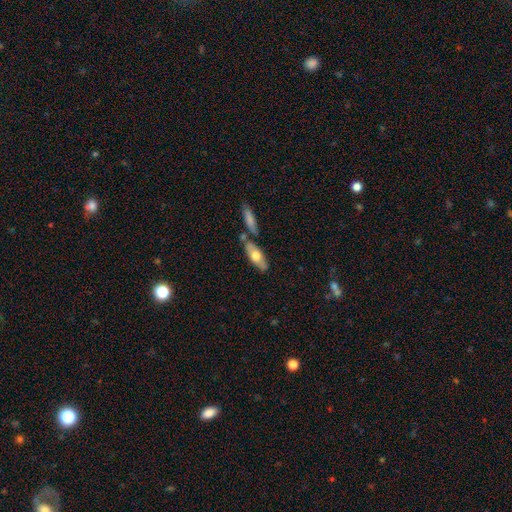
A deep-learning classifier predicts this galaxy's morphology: Overall: smooth (59%; featured or disk 36%). How rounded: in between (68%; cigar-shaped 29%). Merging: none (67%).